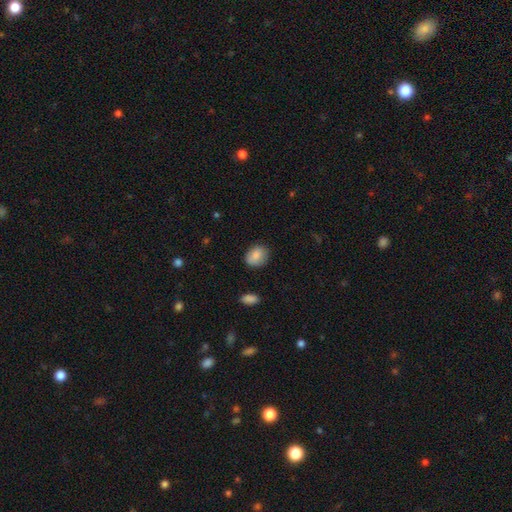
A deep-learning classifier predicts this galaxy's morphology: Q: Smooth or featured?
A: smooth (86%); runner-up: star or artifact (8%)
Q: How rounded?
A: in between (57%); runner-up: round (42%)
Q: Merging?
A: none (79%); runner-up: minor disturbance (16%)